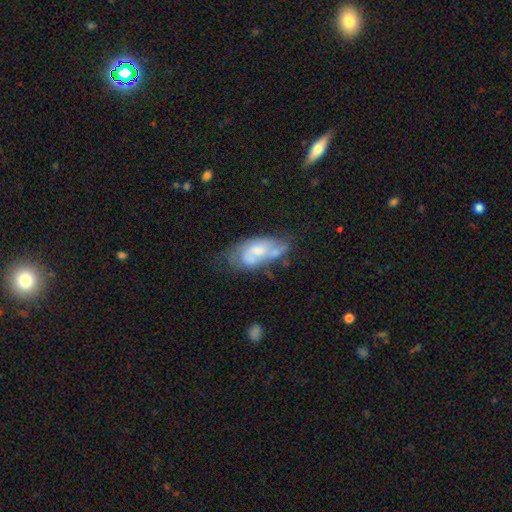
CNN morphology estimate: Smooth or featured? featured or disk (57%)
Edge-on disk? no (86%)
Merging? none (53%)